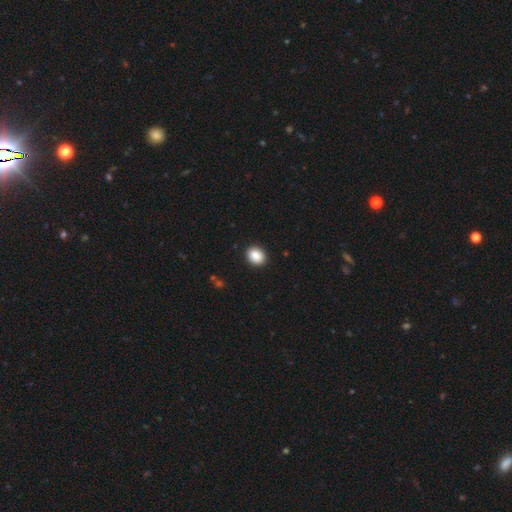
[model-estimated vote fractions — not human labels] Overall: smooth (89%). How rounded: round (57%; in between 42%). Merging: none (91%).